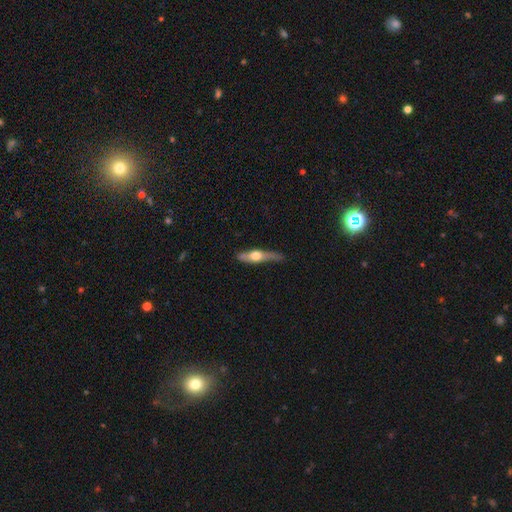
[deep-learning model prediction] This appears to be a featured or disk galaxy (54%) viewed edge-on (87%). Merging: none (63%).